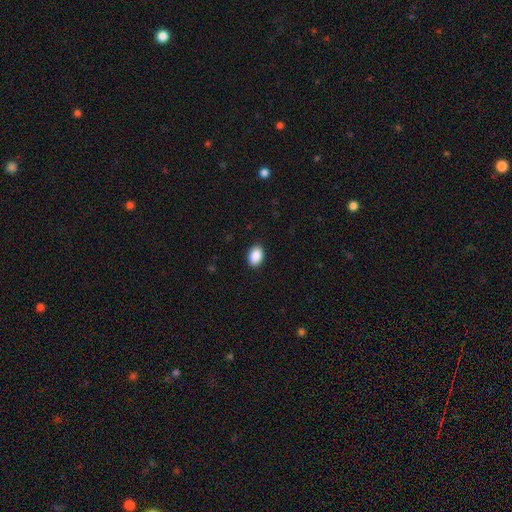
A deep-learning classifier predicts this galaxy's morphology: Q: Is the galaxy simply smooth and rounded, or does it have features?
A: smooth — 90%.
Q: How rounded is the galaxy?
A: in between — 84%.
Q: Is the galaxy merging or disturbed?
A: none — 90%.